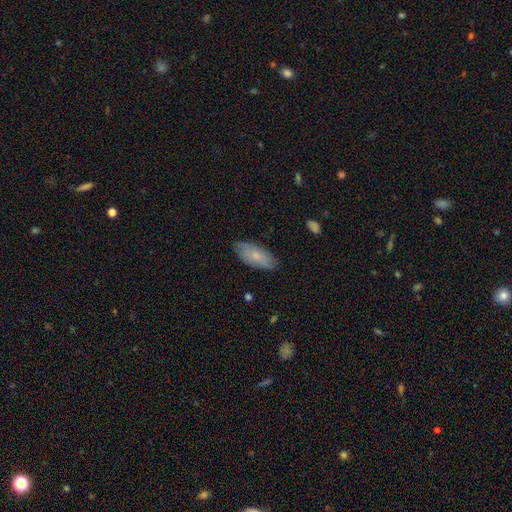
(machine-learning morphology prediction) Smooth or featured?
  - smooth: 68% *
  - featured or disk: 25%
  - star or artifact: 6%
How rounded?
  - in between: 84% *
  - cigar-shaped: 13%
  - round: 2%
Merging?
  - none: 81% *
  - minor disturbance: 15%
  - major disturbance: 3%
  - merger: 1%